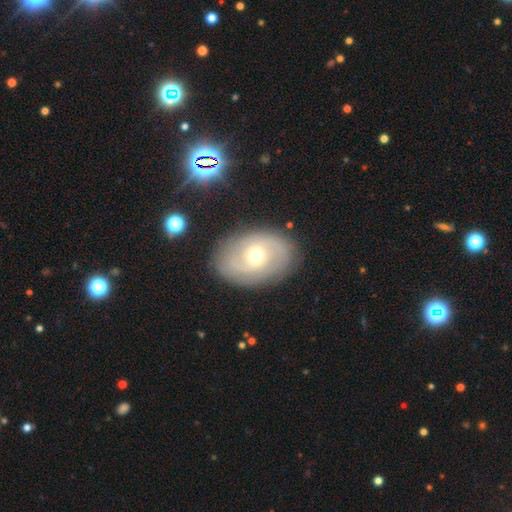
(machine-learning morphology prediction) The model was most divided on "spiral winding": tight: 43%, medium: 39%, loose: 18%. More confident: edge-on disk — no (95%); spiral arms — yes (84%); merging — none (82%); smooth or featured — featured or disk (72%); bulge size — moderate (68%); spiral arm count — 2 (67%); bar — no (56%).